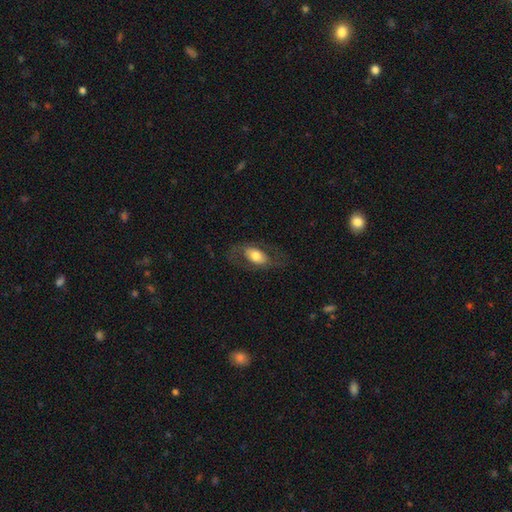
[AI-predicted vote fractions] Smooth or featured? Predicted: smooth (p=0.54). How rounded? Predicted: in between (p=0.89). Merging? Predicted: none (p=0.69).